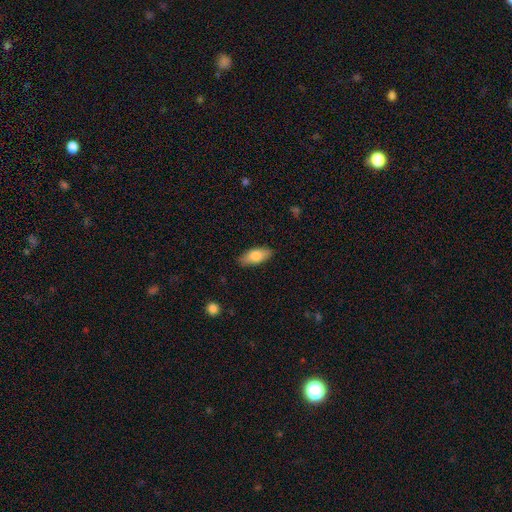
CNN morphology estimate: Overall: smooth (80%). How rounded: in between (83%). Merging: none (86%).